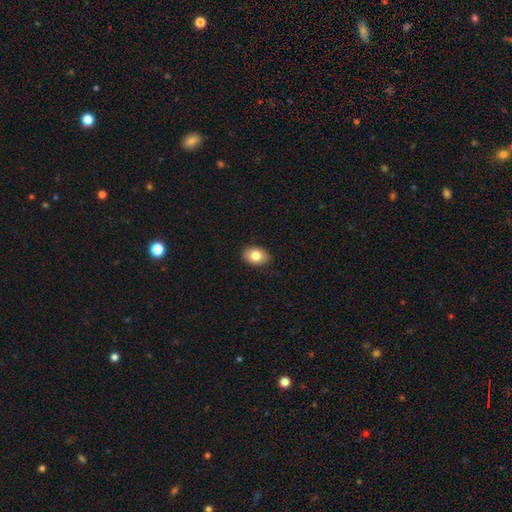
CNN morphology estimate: Smooth or featured? Predicted: smooth (p=0.82). How rounded? Predicted: in between (p=0.79). Merging? Predicted: none (p=0.87).